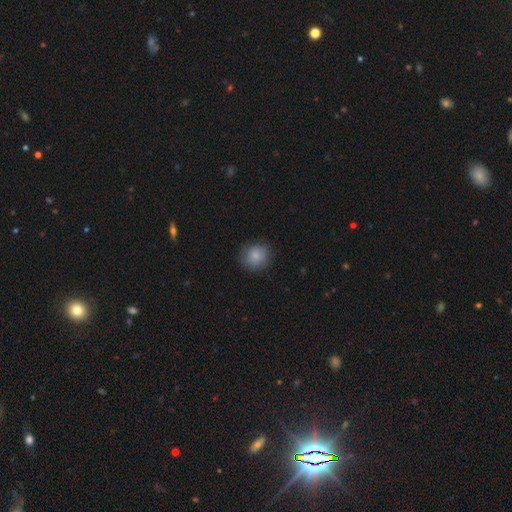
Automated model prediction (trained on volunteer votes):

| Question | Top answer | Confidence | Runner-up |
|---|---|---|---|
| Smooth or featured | smooth | 85% | star or artifact (8%) |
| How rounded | round | 82% | in between (17%) |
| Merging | none | 83% | minor disturbance (13%) |